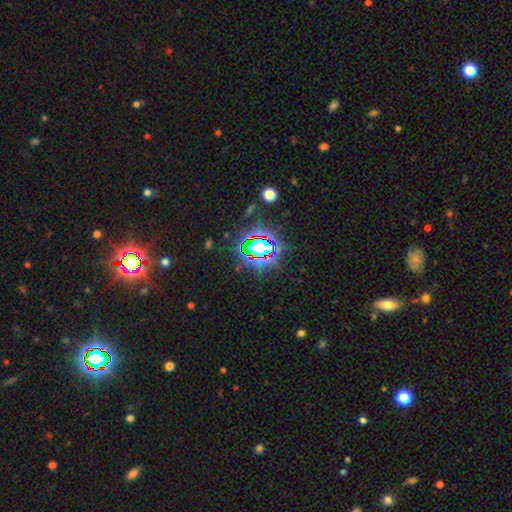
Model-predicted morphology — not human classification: Q: Smooth or featured?
A: star or artifact (73%); runner-up: smooth (16%)